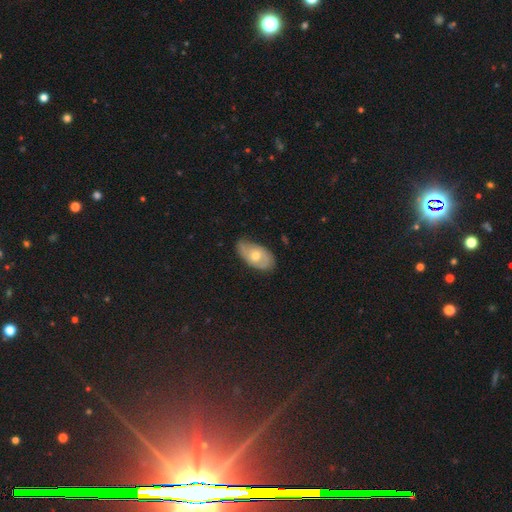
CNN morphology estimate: The model was most divided on "smooth or featured": featured or disk: 54%, smooth: 40%, star or artifact: 6%. More confident: edge-on disk — no (91%); merging — none (66%).